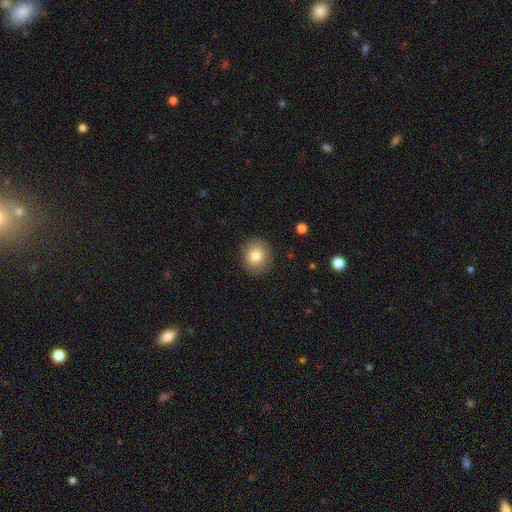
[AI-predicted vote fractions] This appears to be a smooth galaxy with no disk features (81%) that is round (85%). Merging: none (87%).